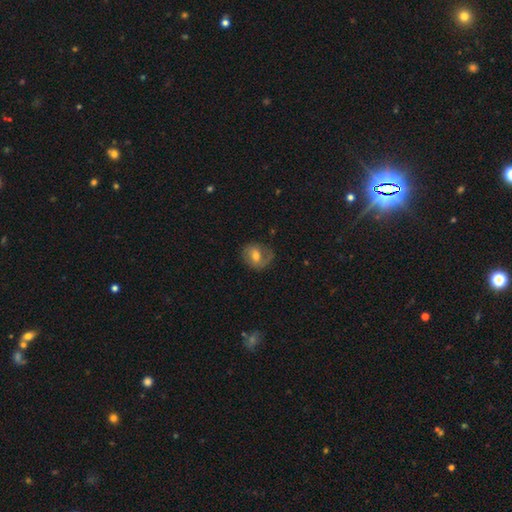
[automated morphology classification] This is possibly a featured or disk galaxy (49%). Merging: likely none (63%).